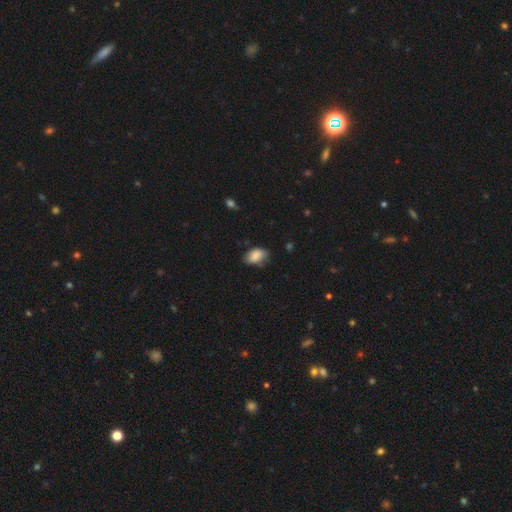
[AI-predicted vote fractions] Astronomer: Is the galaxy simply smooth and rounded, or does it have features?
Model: smooth — 84%.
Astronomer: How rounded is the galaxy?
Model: in between — 89%.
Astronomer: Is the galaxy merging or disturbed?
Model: none — 65%.